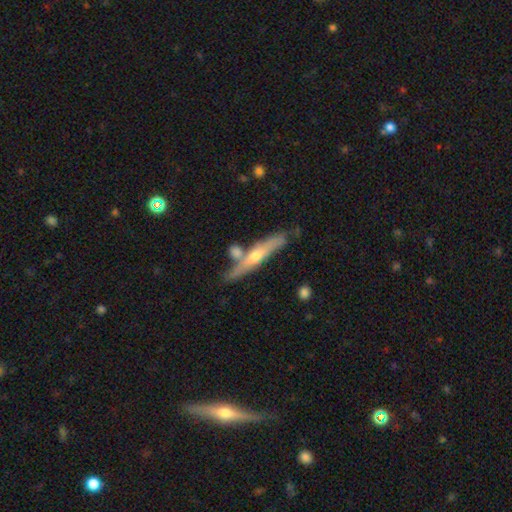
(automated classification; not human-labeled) Morphology: type=featured or disk (62%); edge-on=yes (90%); edge-on bulge=rounded (79%); merging=none (69%).